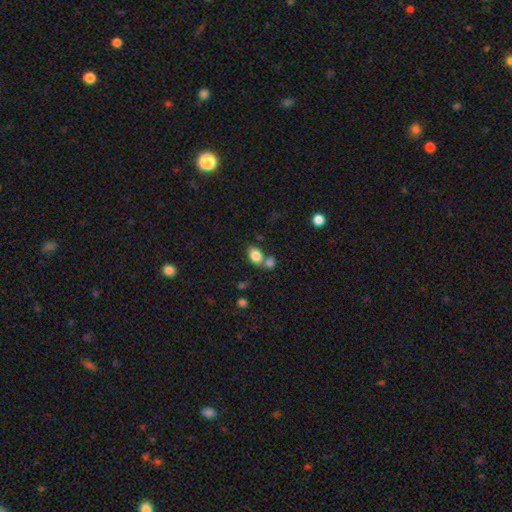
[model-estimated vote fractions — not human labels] Morphology: type=smooth (83%); roundness=in between (79%); merging=none (49%).